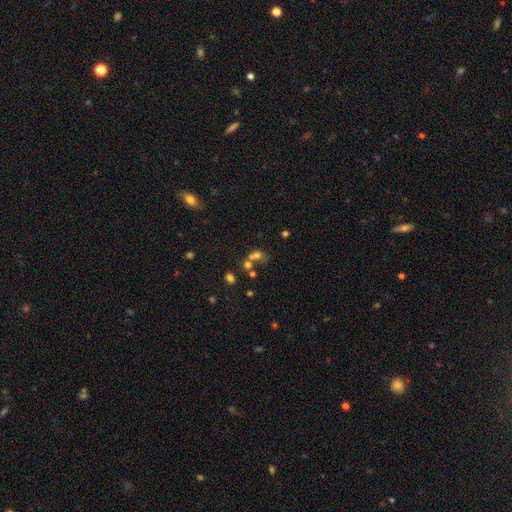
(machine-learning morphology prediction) This is likely a smooth galaxy (61%). How rounded: possibly round (51%). Merging: possibly merger (54%).